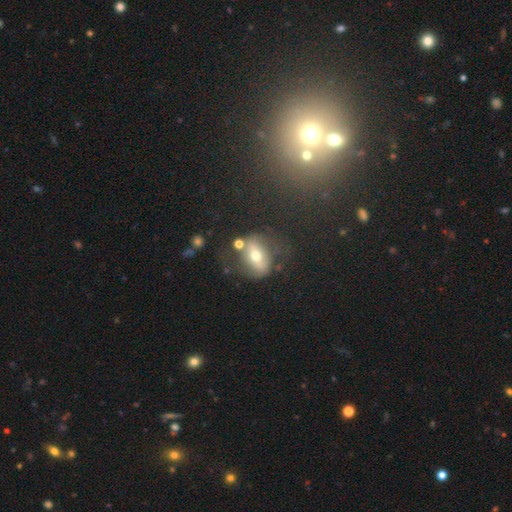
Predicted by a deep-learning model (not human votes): smooth_or_featured: featured or disk (p=0.45) [alt: smooth p=0.43]
merging: none (p=0.55) [alt: minor disturbance p=0.19]